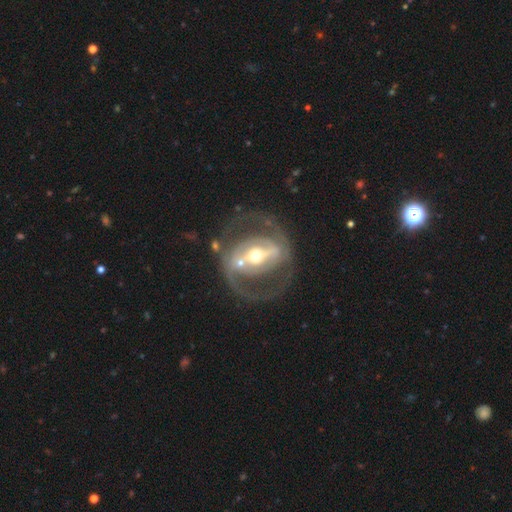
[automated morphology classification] A featured or disk galaxy (85%) with a strong bar (54%), 2 (81%) medium (47%) spiral arms (75%) and a moderate central bulge (63%). Merging: none (63%).